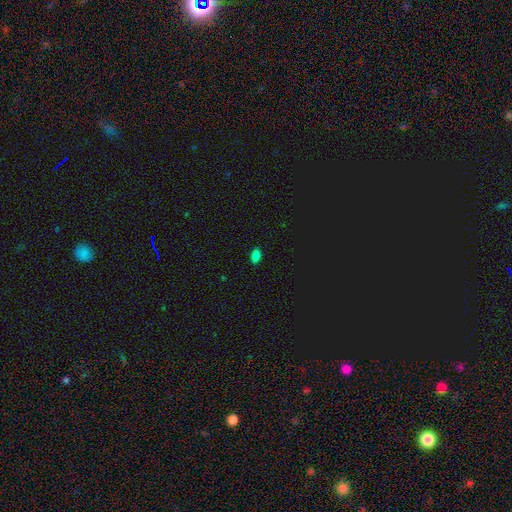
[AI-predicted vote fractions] smooth-or-featured: smooth: 80% | star or artifact: 16% | featured or disk: 4%
  how-rounded: in between: 90% | round: 7% | cigar-shaped: 3%
  merging: none: 89% | minor disturbance: 9% | major disturbance: 2% | merger: 1%